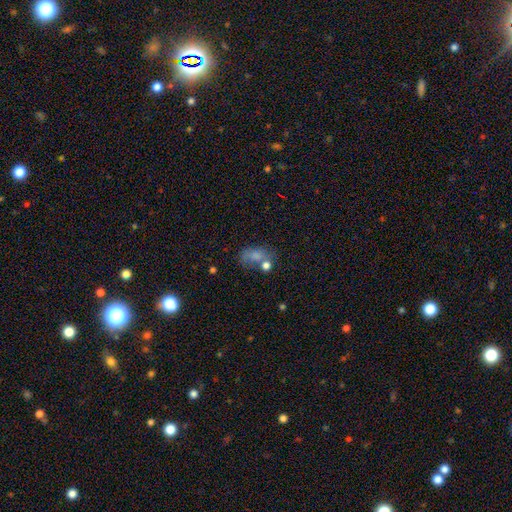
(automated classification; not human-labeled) smooth 67%, featured or disk 19%, star or artifact 15%. Down the decision tree: how rounded — in between (73%); merging — none (34%).